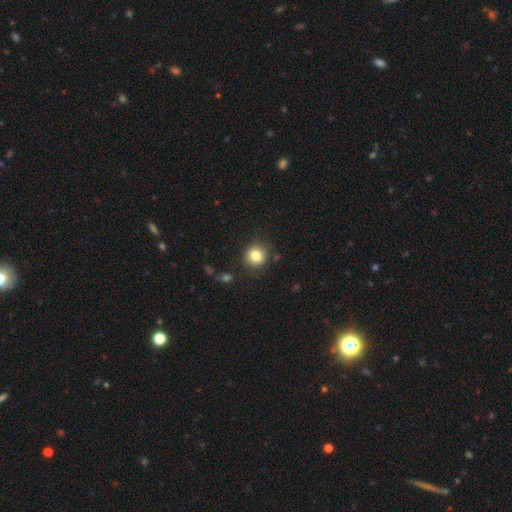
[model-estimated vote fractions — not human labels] smooth-or-featured: smooth: 82% | star or artifact: 11% | featured or disk: 7%
  how-rounded: round: 89% | in between: 10% | cigar-shaped: 1%
  merging: none: 87% | minor disturbance: 8% | major disturbance: 3% | merger: 2%